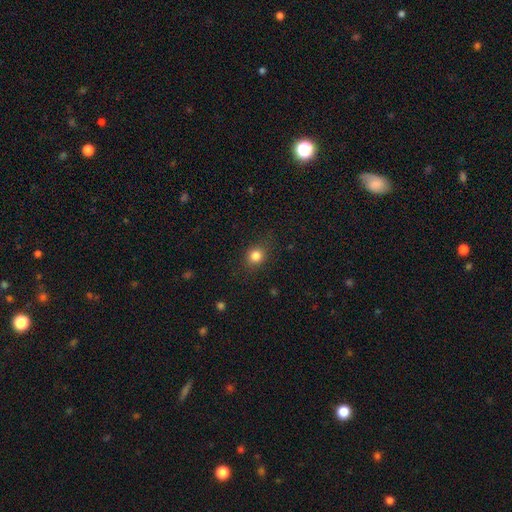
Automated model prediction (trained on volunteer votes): Morphology: type=smooth (82%); roundness=round (77%); merging=none (84%).